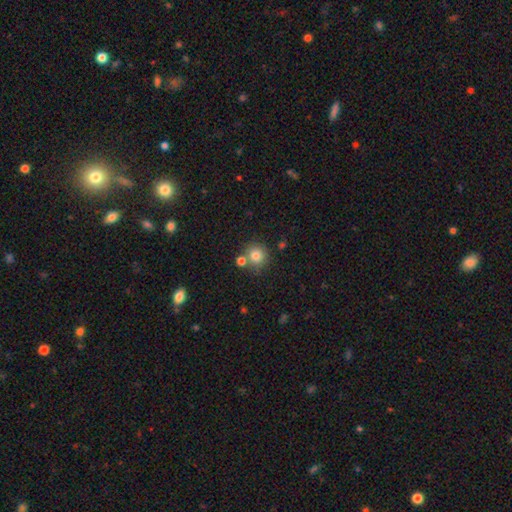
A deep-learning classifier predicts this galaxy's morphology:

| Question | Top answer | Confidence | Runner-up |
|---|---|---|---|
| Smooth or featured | smooth | 80% | star or artifact (12%) |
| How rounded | round | 92% | in between (8%) |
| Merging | none | 70% | merger (18%) |